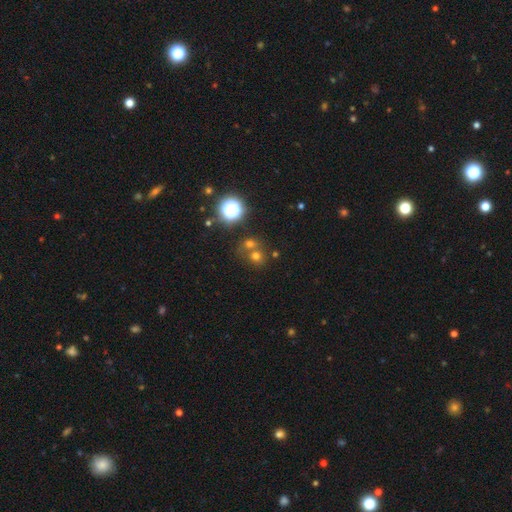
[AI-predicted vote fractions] smooth-or-featured: smooth: 61% | star or artifact: 28% | featured or disk: 11%
  how-rounded: round: 83% | in between: 16% | cigar-shaped: 1%
  merging: none: 50% | merger: 39% | minor disturbance: 7% | major disturbance: 4%